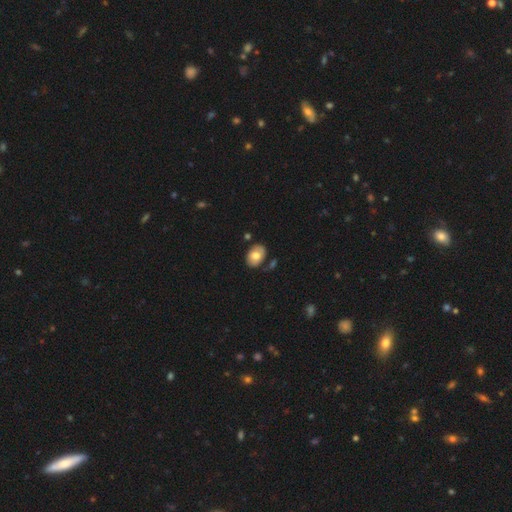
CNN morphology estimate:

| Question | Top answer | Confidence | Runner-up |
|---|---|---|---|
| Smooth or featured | smooth | 70% | featured or disk (22%) |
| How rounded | in between | 80% | round (18%) |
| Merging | none | 74% | minor disturbance (16%) |